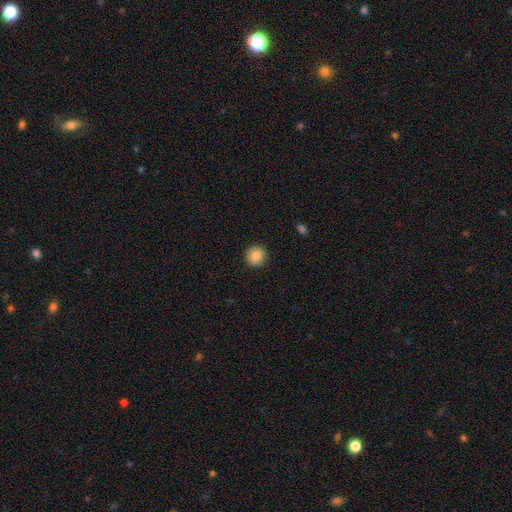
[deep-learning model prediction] A smooth galaxy with no disk features (87%) that is round (94%).

Vote fractions:
- Smooth or featured? smooth: 87% / star or artifact: 9% / featured or disk: 4%
- How rounded? round: 94% / in between: 5% / cigar-shaped: 1%
- Merging? none: 92% / minor disturbance: 5% / major disturbance: 2% / merger: 1%